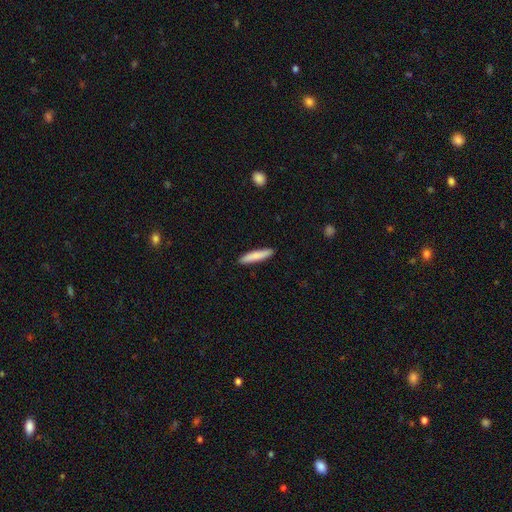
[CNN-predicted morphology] Smooth or featured? Predicted: smooth (p=0.82). How rounded? Predicted: cigar-shaped (p=0.89). Merging? Predicted: none (p=0.91).